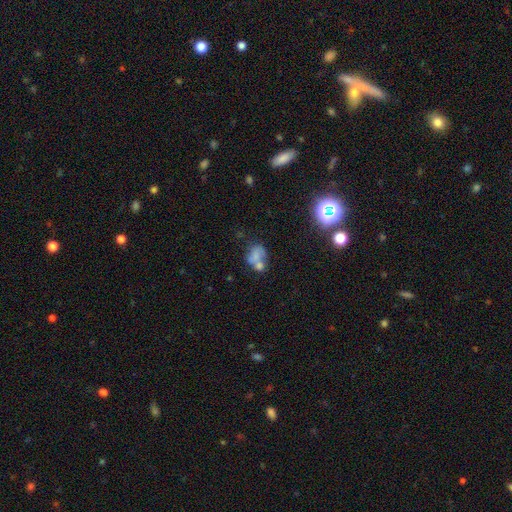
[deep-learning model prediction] A smooth galaxy with no disk features (54%) that is in between round and cigar-shaped (68%). Merging: merger (47%).